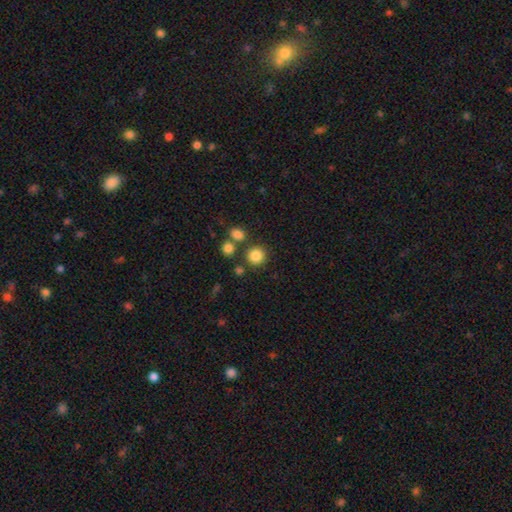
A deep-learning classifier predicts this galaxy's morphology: smooth-or-featured: smooth: 83% | star or artifact: 11% | featured or disk: 6%
  how-rounded: round: 90% | in between: 9% | cigar-shaped: 1%
  merging: none: 77% | merger: 11% | minor disturbance: 8% | major disturbance: 3%